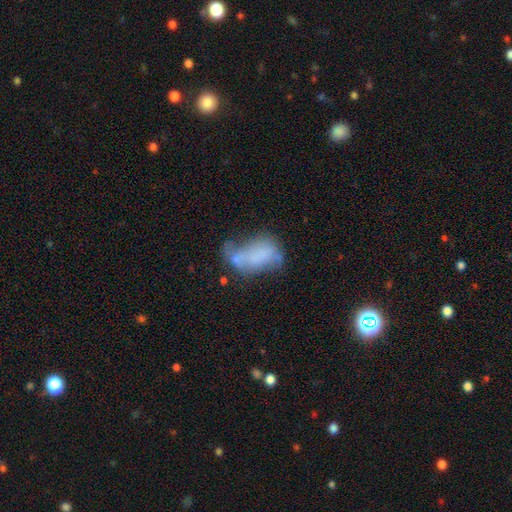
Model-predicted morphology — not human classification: The model was most divided on "merging": major disturbance: 32%, minor disturbance: 24%, none: 23%, merger: 22%. Remaining: smooth or featured — smooth (48%).